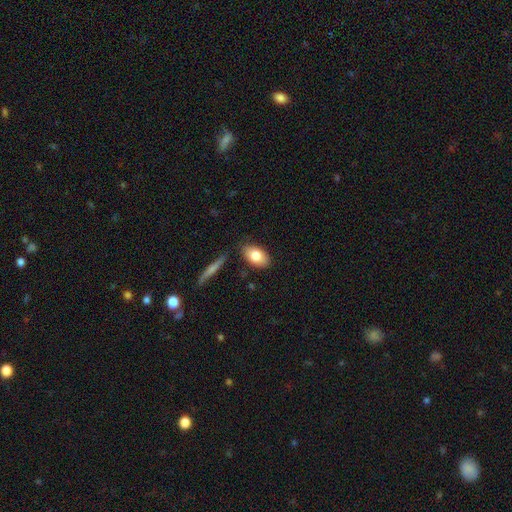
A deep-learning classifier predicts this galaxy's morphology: smooth-or-featured: smooth: 80% | featured or disk: 13% | star or artifact: 7%
  how-rounded: in between: 91% | round: 5% | cigar-shaped: 3%
  merging: none: 82% | minor disturbance: 11% | merger: 4% | major disturbance: 3%